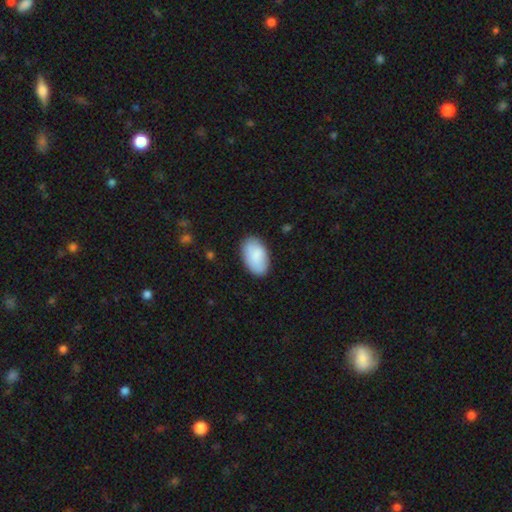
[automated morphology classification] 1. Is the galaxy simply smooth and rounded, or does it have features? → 86% smooth, 9% featured or disk, 6% star or artifact.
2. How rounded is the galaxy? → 94% in between, 4% round, 1% cigar-shaped.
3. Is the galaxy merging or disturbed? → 84% none, 12% minor disturbance, 3% major disturbance, 1% merger.